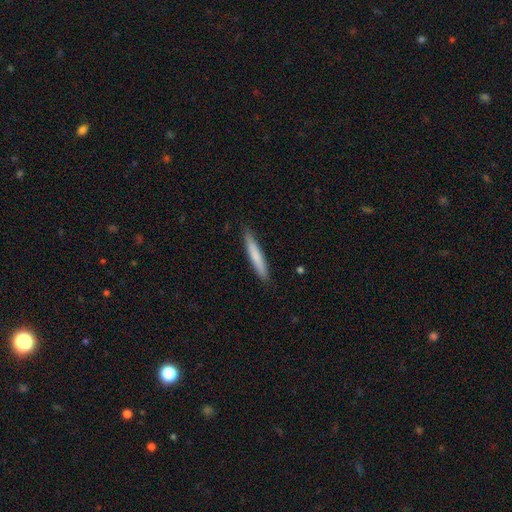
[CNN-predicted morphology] A smooth galaxy with no disk features (74%) that is cigar-shaped (95%).

Vote fractions:
- Smooth or featured? smooth: 74% / featured or disk: 21% / star or artifact: 5%
- How rounded? cigar-shaped: 95% / in between: 4% / round: 1%
- Merging? none: 89% / minor disturbance: 8% / major disturbance: 2% / merger: 1%